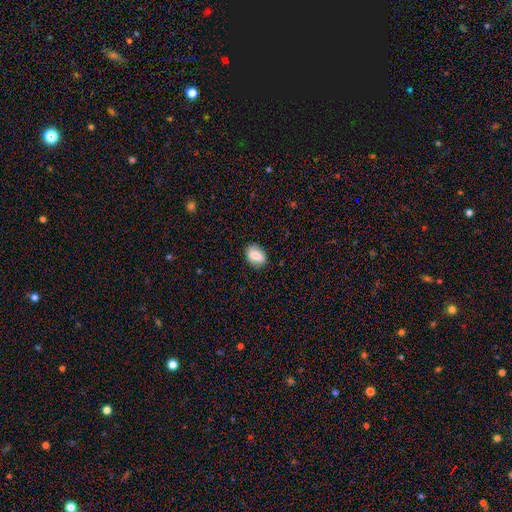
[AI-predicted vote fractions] Q: Smooth or featured?
A: smooth (77%); runner-up: featured or disk (15%)
Q: How rounded?
A: in between (74%); runner-up: round (22%)
Q: Merging?
A: none (82%); runner-up: minor disturbance (13%)